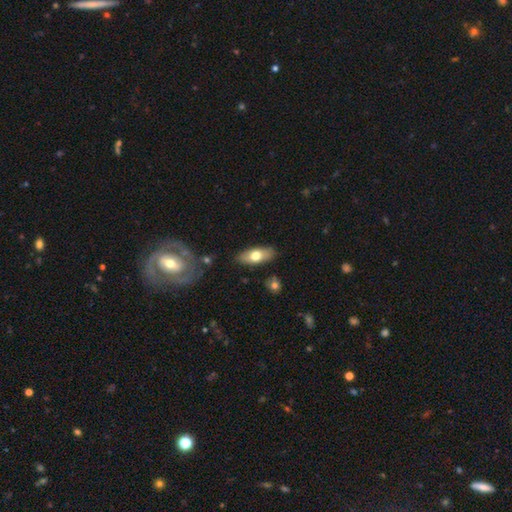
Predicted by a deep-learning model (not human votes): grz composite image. It shows a smooth galaxy with no disk features (66%) that is in between round and cigar-shaped (80%). Merging: none (84%).